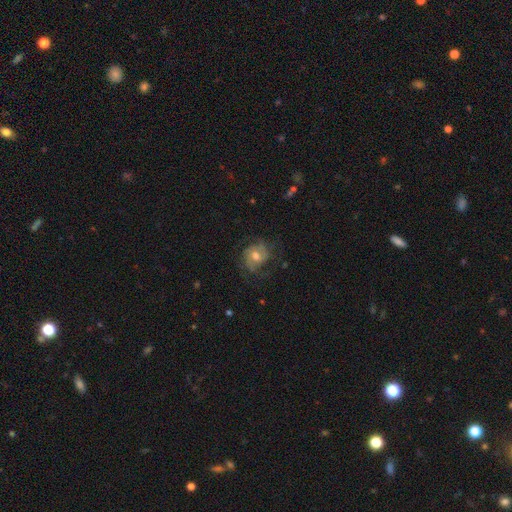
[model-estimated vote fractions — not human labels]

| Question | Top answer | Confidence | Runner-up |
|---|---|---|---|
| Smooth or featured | featured or disk | 69% | smooth (23%) |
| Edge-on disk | no | 97% | yes (3%) |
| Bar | no | 56% | weak (38%) |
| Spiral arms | yes | 88% | no (12%) |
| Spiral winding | medium | 43% | tight (41%) |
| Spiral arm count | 2 | 44% | can't tell (27%) |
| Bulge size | moderate | 66% | small (16%) |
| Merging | none | 62% | minor disturbance (21%) |